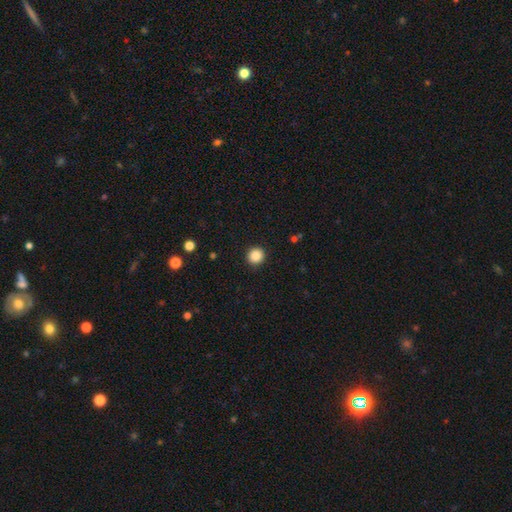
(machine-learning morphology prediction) type=smooth (87%); roundness=round (94%); merging=none (92%).